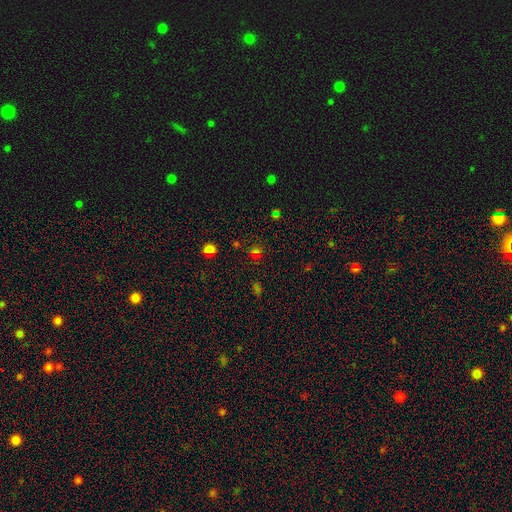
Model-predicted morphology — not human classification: Smooth or featured: smooth — 49% (star or artifact — 44%)
Merging: none — 78% (minor disturbance — 11%)